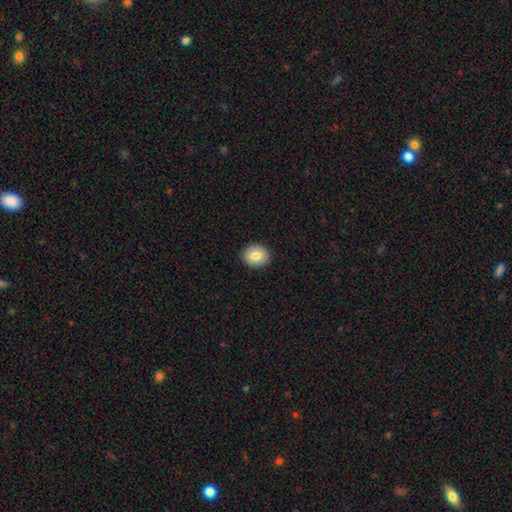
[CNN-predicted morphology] This is clearly a smooth galaxy (81%). How rounded: likely round (69%). Merging: clearly none (91%).